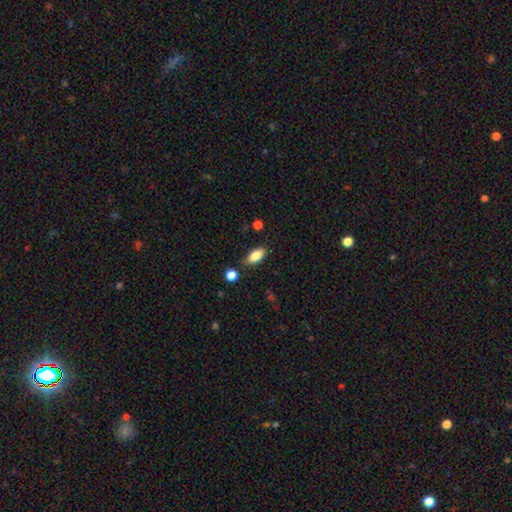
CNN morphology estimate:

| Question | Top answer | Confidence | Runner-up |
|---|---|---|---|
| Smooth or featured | smooth | 83% | featured or disk (10%) |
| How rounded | in between | 86% | cigar-shaped (11%) |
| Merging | none | 80% | minor disturbance (14%) |